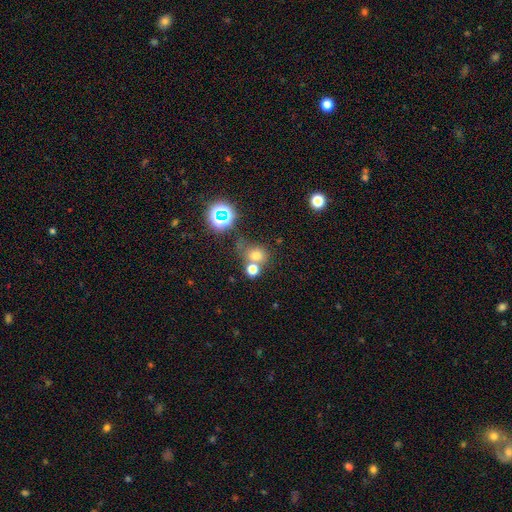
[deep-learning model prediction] A smooth galaxy with no disk features (66%) that is round (71%).

Vote fractions:
- Smooth or featured? smooth: 66% / star or artifact: 23% / featured or disk: 11%
- How rounded? round: 71% / in between: 28% / cigar-shaped: 1%
- Merging? none: 50% / merger: 31% / minor disturbance: 12% / major disturbance: 7%